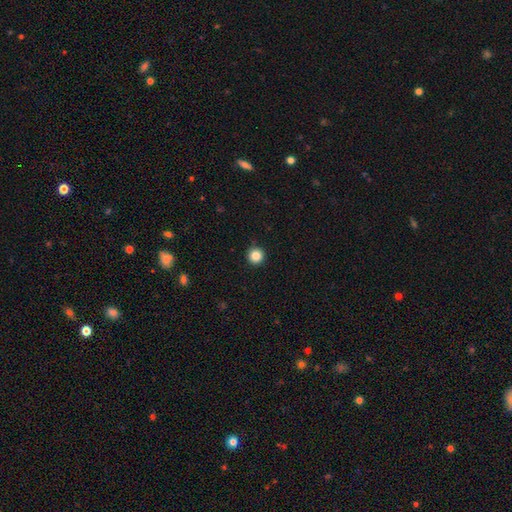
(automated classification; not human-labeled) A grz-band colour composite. It shows a smooth galaxy with no disk features (85%) that is round (96%). Merging: none (92%).